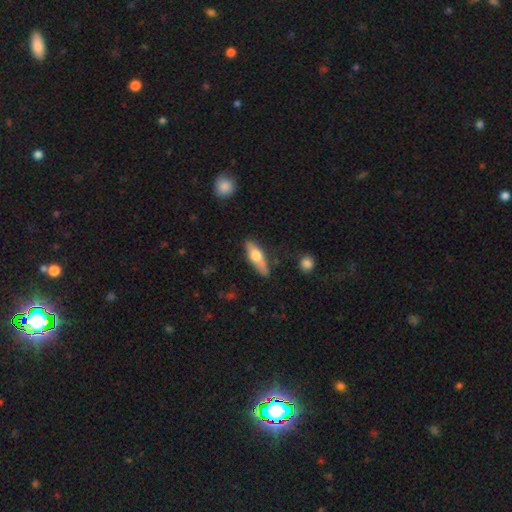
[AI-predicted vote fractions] Smooth or featured?
  - smooth: 51% *
  - featured or disk: 43%
  - star or artifact: 6%
How rounded?
  - cigar-shaped: 53% *
  - in between: 44%
  - round: 3%
Merging?
  - none: 68% *
  - minor disturbance: 20%
  - merger: 7%
  - major disturbance: 5%